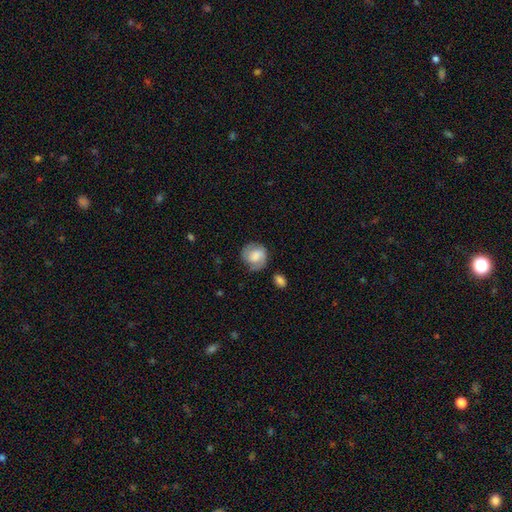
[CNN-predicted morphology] Smooth or featured: smooth — 58% (featured or disk — 34%)
How rounded: round — 75% (in between — 24%)
Merging: none — 67% (minor disturbance — 22%)